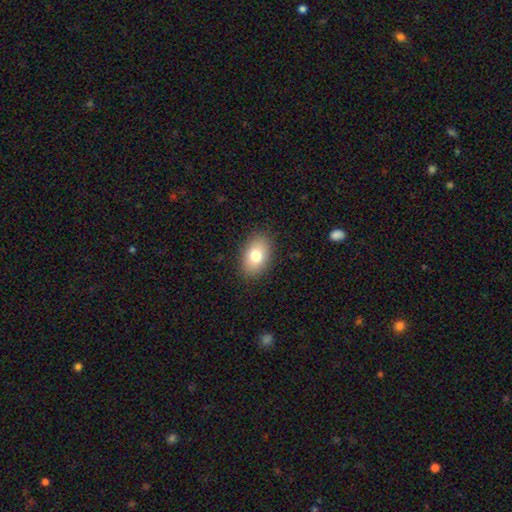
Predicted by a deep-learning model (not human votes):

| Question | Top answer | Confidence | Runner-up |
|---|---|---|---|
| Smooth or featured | smooth | 77% | featured or disk (14%) |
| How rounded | in between | 87% | round (12%) |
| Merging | none | 87% | minor disturbance (9%) |